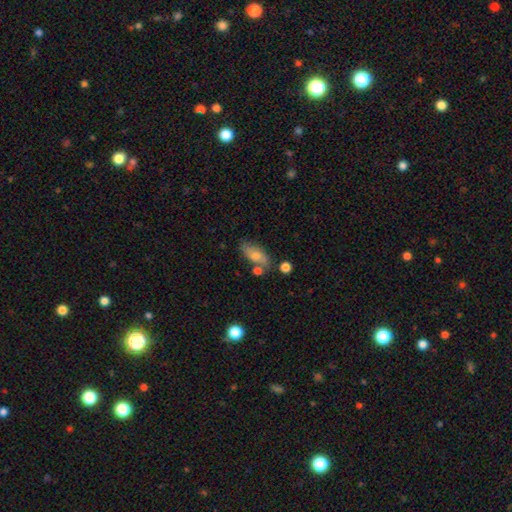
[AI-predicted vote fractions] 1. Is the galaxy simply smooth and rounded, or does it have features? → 56% smooth, 35% featured or disk, 9% star or artifact.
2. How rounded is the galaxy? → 80% in between, 14% cigar-shaped, 6% round.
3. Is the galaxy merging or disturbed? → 63% none, 19% minor disturbance, 12% merger, 6% major disturbance.